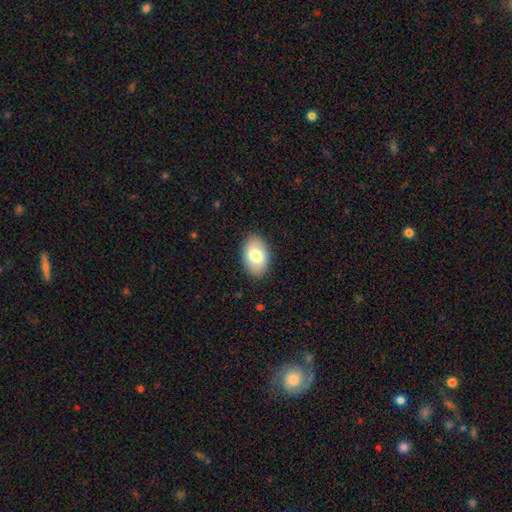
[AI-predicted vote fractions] smooth_or_featured: smooth (p=0.77) [alt: featured or disk p=0.17]
how_rounded: in between (p=0.90) [alt: round p=0.09]
merging: none (p=0.87) [alt: minor disturbance p=0.09]